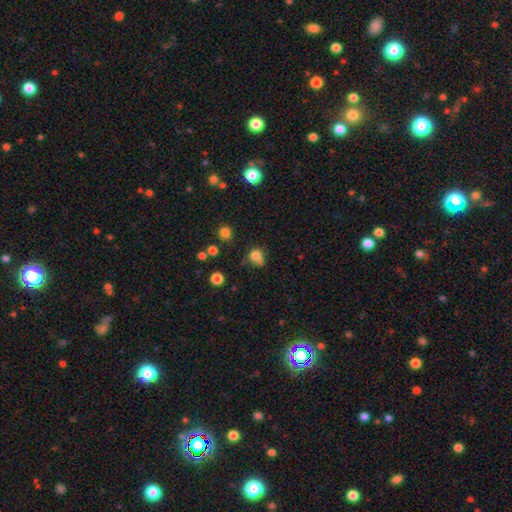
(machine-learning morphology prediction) This appears to be a smooth galaxy with no disk features (76%) that is round (76%). Merging: none (46%).